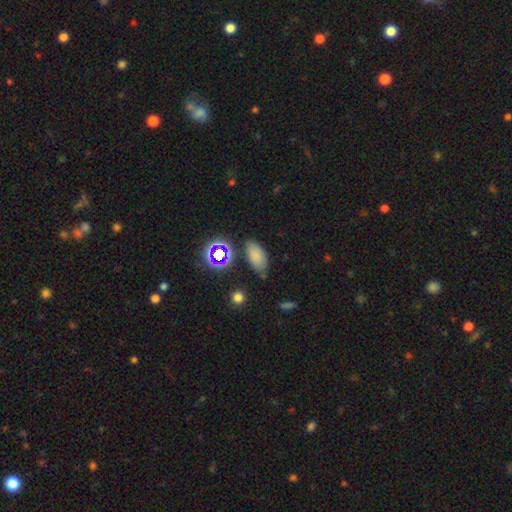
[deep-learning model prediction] Overall: smooth (73%). How rounded: in between (90%). Merging: none (73%).